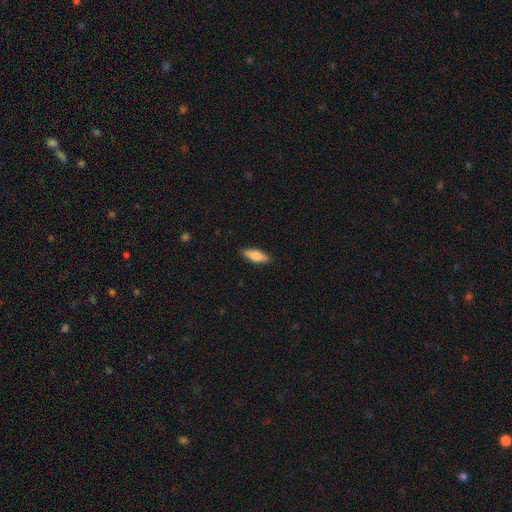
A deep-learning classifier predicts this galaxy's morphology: Smooth or featured? smooth (75%)
How rounded? in between (60%)
Merging? none (88%)